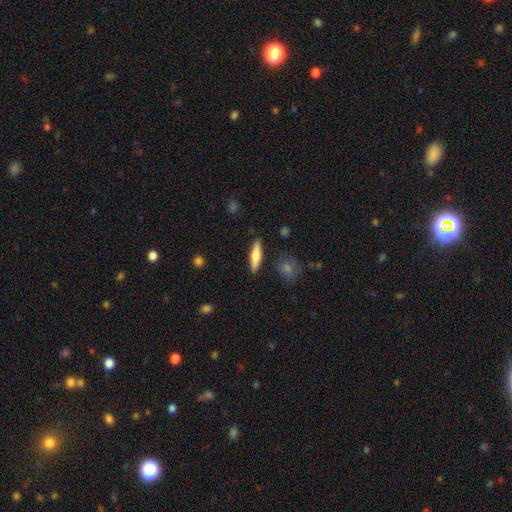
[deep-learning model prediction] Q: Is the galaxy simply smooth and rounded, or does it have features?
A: smooth — 65%.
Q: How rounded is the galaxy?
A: cigar-shaped — 72%.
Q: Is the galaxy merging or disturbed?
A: none — 87%.